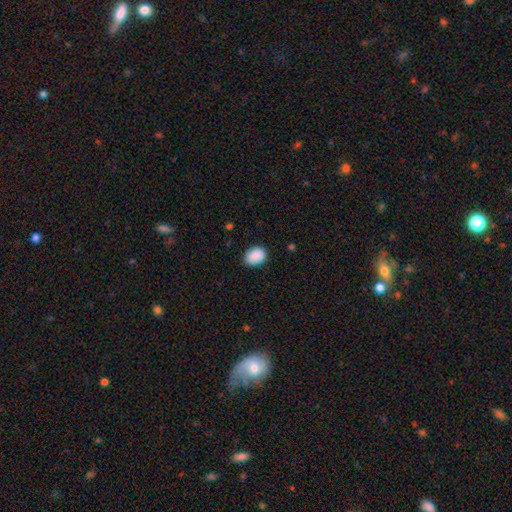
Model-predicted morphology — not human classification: A smooth galaxy with no disk features (90%) that is in between round and cigar-shaped (68%). Merging: none (85%).